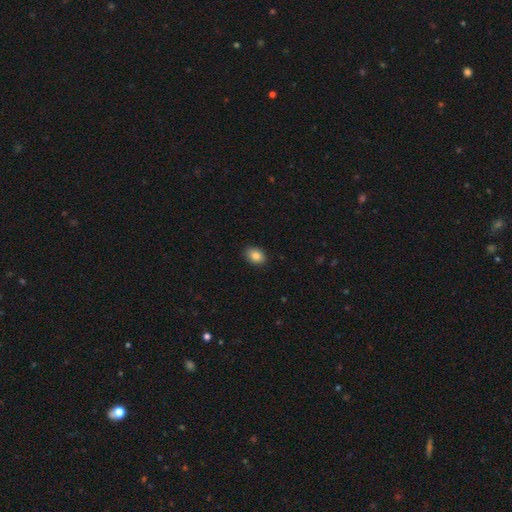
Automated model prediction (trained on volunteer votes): Smooth or featured?
  - smooth: 86% *
  - star or artifact: 9%
  - featured or disk: 5%
How rounded?
  - in between: 72% *
  - round: 27%
  - cigar-shaped: 1%
Merging?
  - none: 89% *
  - minor disturbance: 9%
  - major disturbance: 2%
  - merger: 1%